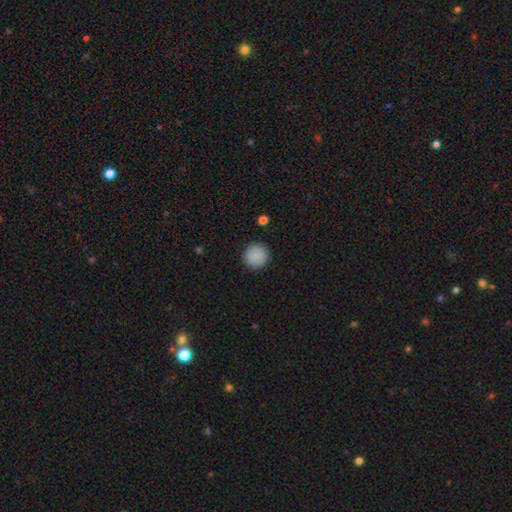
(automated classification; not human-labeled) Overall: smooth (89%). How rounded: round (95%). Merging: none (92%).